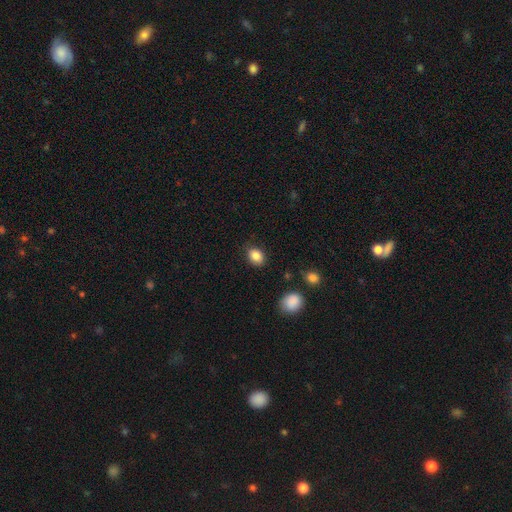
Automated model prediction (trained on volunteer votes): Q: Smooth or featured?
A: smooth (86%); runner-up: star or artifact (9%)
Q: How rounded?
A: in between (60%); runner-up: round (39%)
Q: Merging?
A: none (85%); runner-up: minor disturbance (11%)